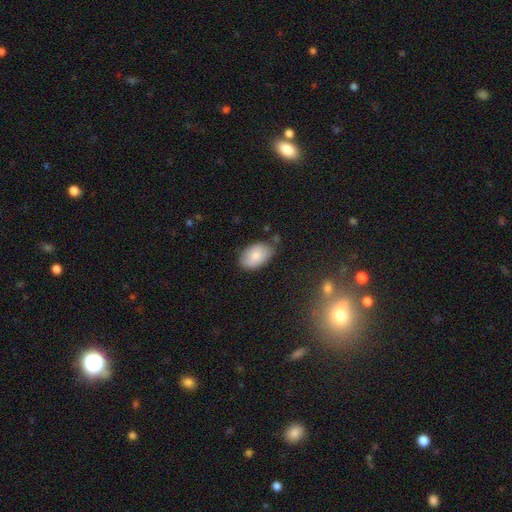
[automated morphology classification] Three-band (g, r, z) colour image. It shows a smooth galaxy with no disk features (81%) that is in between round and cigar-shaped (92%). Merging: none (70%).